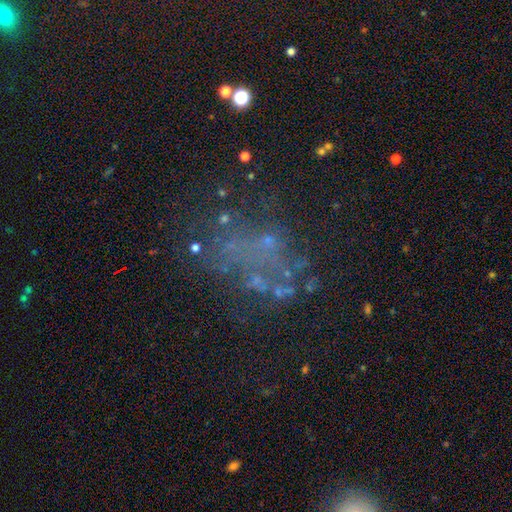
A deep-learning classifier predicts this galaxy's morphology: smooth-or-featured: star or artifact: 43% | featured or disk: 34% | smooth: 22%